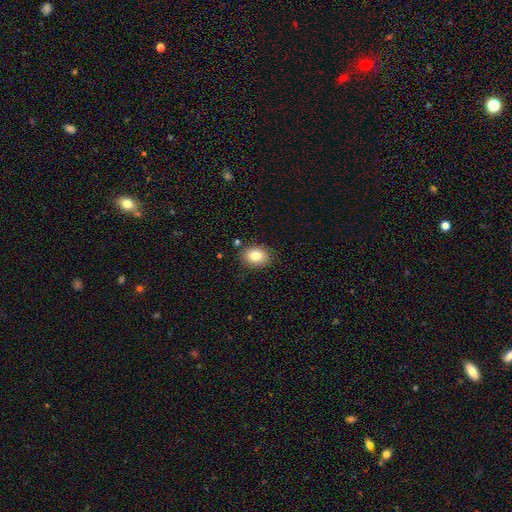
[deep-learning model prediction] This is clearly a smooth galaxy (82%). How rounded: likely in between (67%). Merging: clearly none (83%).